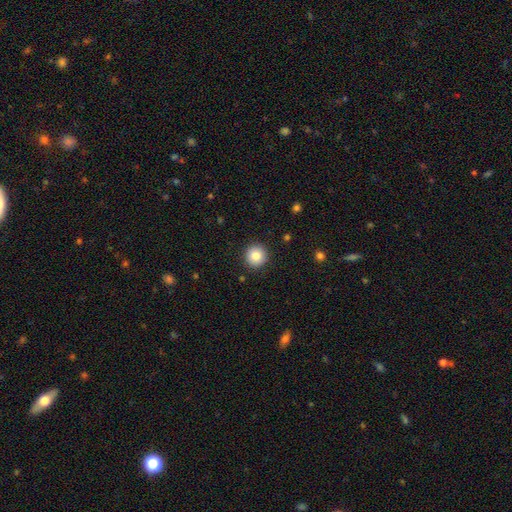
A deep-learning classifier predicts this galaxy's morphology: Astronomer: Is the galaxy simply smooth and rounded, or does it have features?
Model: smooth — 83%.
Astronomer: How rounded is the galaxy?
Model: round — 95%.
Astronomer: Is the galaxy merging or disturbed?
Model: none — 92%.